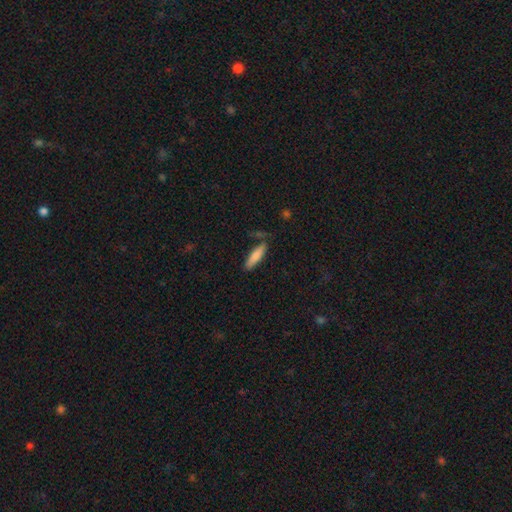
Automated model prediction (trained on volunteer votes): smooth 81%, featured or disk 12%, star or artifact 6%. Down the decision tree: how rounded — cigar-shaped (68%); merging — none (73%).